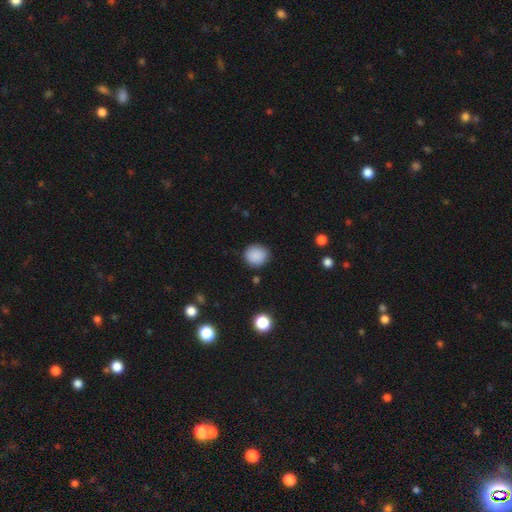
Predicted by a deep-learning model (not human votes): A smooth galaxy with no disk features (88%) that is round (88%). Merging: none (87%).